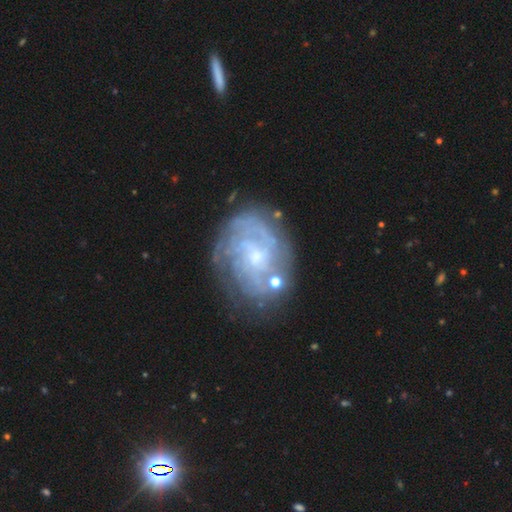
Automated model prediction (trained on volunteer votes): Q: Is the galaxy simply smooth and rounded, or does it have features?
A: featured or disk — 80%.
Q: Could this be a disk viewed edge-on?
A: no — 97%.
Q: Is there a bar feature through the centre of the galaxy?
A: no — 58%.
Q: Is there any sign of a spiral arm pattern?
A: yes — 88%.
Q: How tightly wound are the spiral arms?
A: tight — 61%.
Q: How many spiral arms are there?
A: can't tell — 45%.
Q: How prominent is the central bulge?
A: small — 59%.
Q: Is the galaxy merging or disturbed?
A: none — 67%.